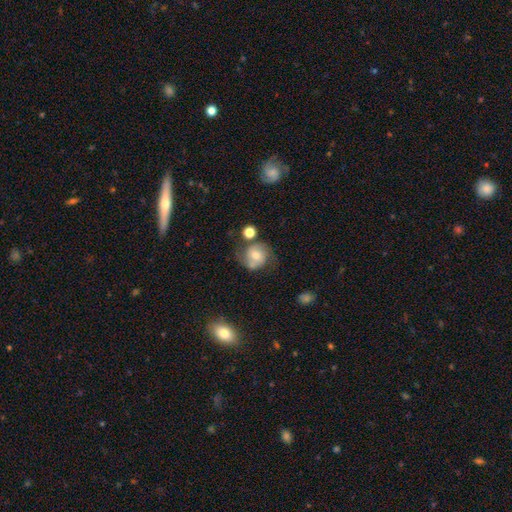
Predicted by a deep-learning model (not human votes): This is possibly a featured or disk galaxy (48%). Merging: possibly none (57%).